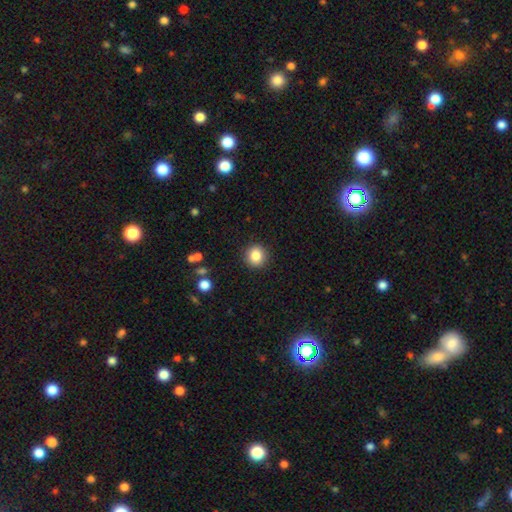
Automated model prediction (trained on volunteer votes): Smooth or featured: smooth — 85% (star or artifact — 10%)
How rounded: round — 91% (in between — 8%)
Merging: none — 91% (minor disturbance — 6%)